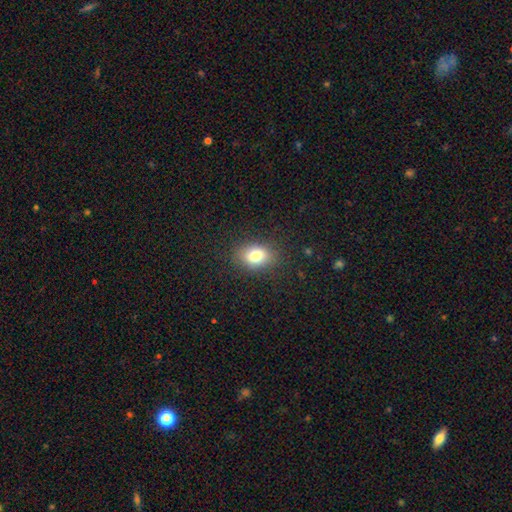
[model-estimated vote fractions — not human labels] Overall: smooth (79%). How rounded: in between (72%). Merging: none (86%).